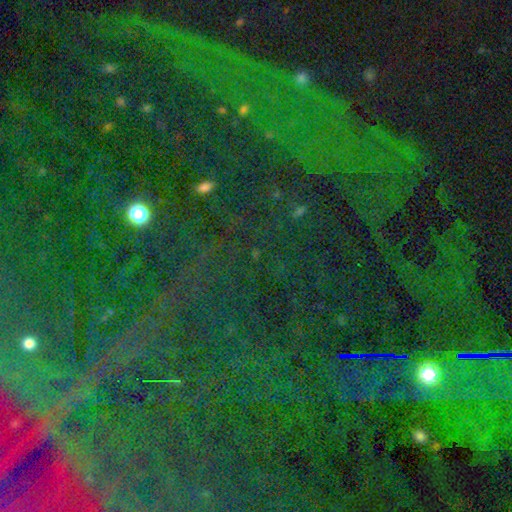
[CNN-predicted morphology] Smooth or featured?
  - star or artifact: 83% *
  - smooth: 9%
  - featured or disk: 8%